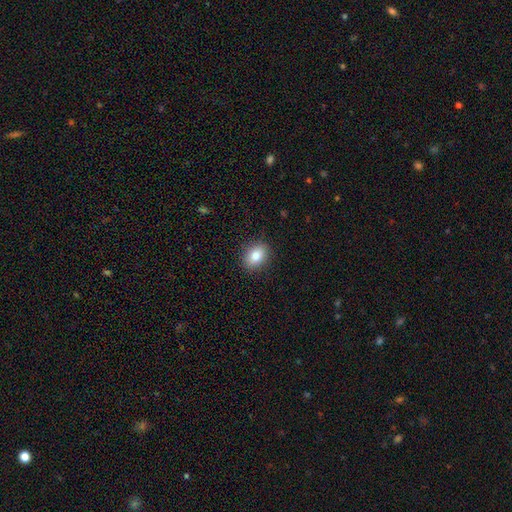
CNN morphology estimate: smooth-or-featured: smooth: 84% | star or artifact: 9% | featured or disk: 8%
  how-rounded: in between: 70% | round: 29% | cigar-shaped: 1%
  merging: none: 89% | minor disturbance: 8% | major disturbance: 2% | merger: 1%